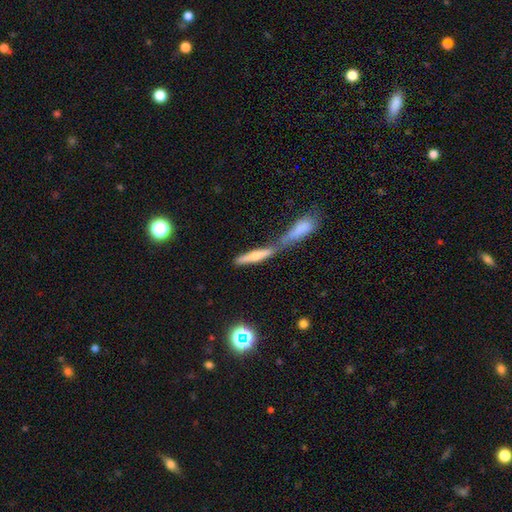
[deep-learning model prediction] A smooth galaxy with no disk features (59%) that is cigar-shaped (82%).

Vote fractions:
- Smooth or featured? smooth: 59% / featured or disk: 33% / star or artifact: 8%
- How rounded? cigar-shaped: 82% / in between: 15% / round: 3%
- Merging? merger: 56% / none: 29% / minor disturbance: 9% / major disturbance: 5%